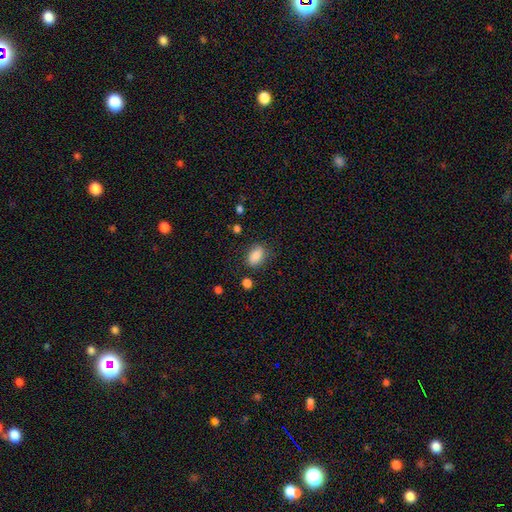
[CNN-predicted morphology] Q: Smooth or featured?
A: smooth (86%); runner-up: star or artifact (8%)
Q: How rounded?
A: in between (87%); runner-up: round (11%)
Q: Merging?
A: none (77%); runner-up: minor disturbance (16%)